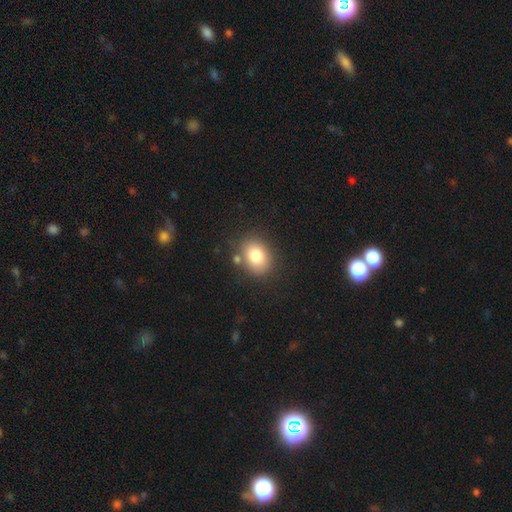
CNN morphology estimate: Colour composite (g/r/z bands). It shows a smooth galaxy with no disk features (81%) that is in between round and cigar-shaped (58%). Merging: none (78%).